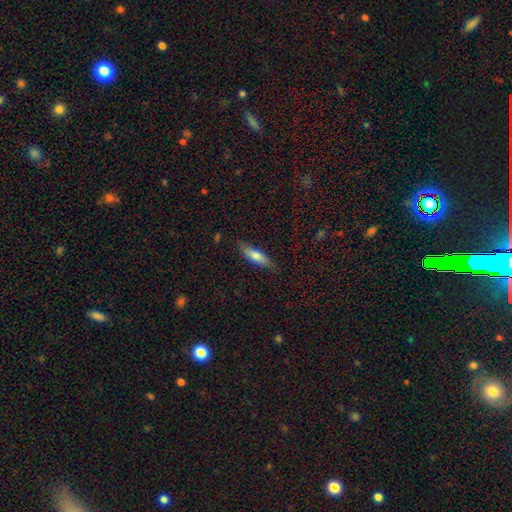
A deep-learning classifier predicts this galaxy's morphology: type=smooth (72%); roundness=cigar-shaped (56%); merging=none (79%).